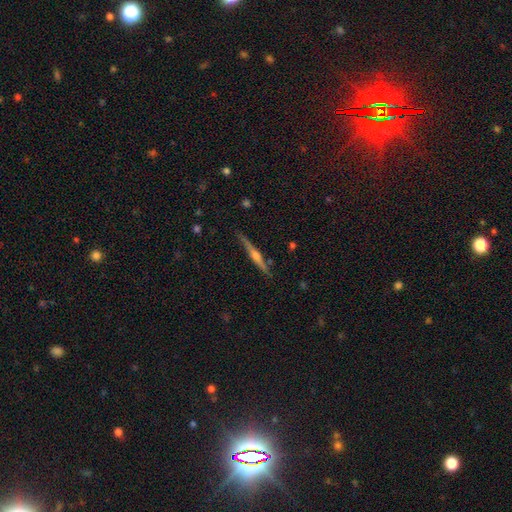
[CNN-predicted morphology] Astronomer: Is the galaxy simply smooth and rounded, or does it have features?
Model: featured or disk — 73%.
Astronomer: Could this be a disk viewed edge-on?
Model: yes — 98%.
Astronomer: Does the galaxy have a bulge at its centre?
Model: rounded — 83%.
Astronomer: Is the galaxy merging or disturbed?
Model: none — 86%.